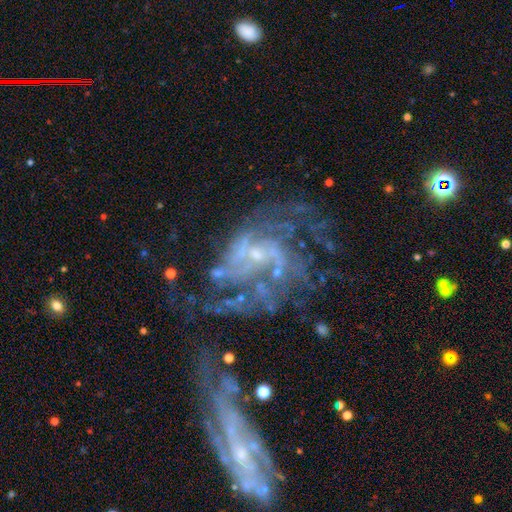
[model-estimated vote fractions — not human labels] Smooth or featured: featured or disk — 82% (star or artifact — 11%)
Edge-on disk: no — 97% (yes — 3%)
Bar: no — 57% (weak — 34%)
Spiral arms: yes — 86% (no — 14%)
Spiral winding: medium — 42% (tight — 32%)
Spiral arm count: can't tell — 36% (2 — 20%)
Bulge size: small — 66% (moderate — 17%)
Merging: none — 38% (major disturbance — 31%)